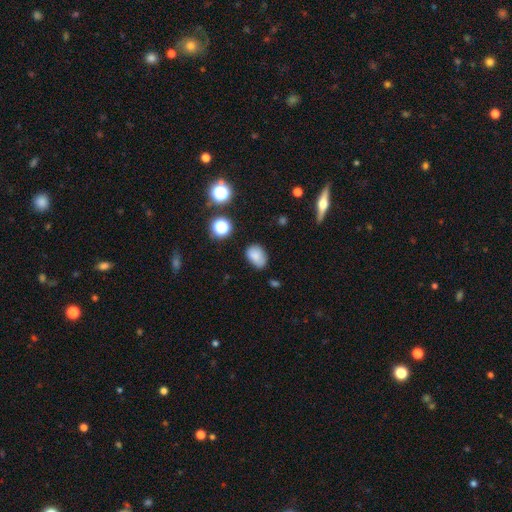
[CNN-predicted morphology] Overall: smooth (81%). How rounded: in between (79%). Merging: none (64%; minor disturbance 27%).